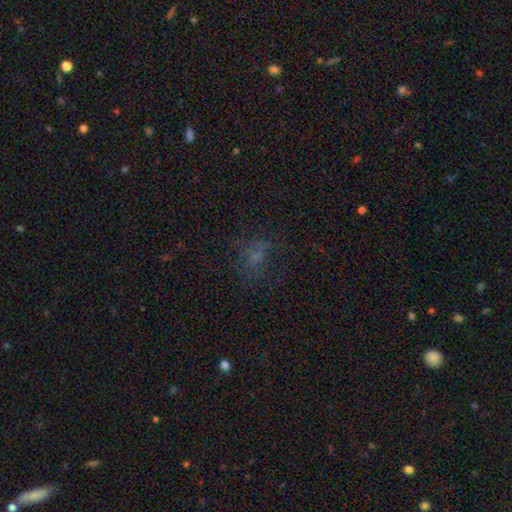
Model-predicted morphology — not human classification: type=smooth (48%); merging=none (56%).